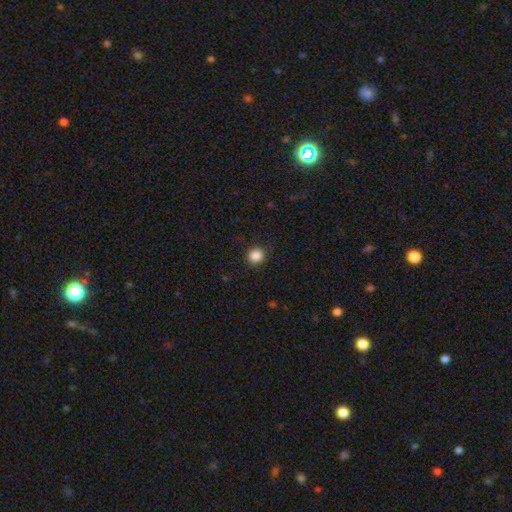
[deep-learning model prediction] smooth 87%, star or artifact 10%, featured or disk 3%. Down the decision tree: how rounded — round (90%); merging — none (91%).